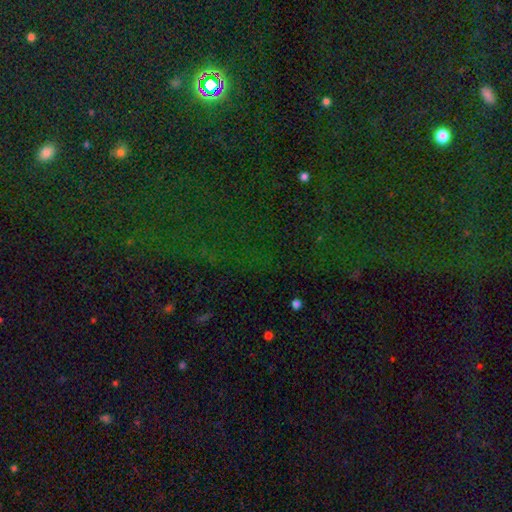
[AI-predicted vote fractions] Q: Smooth or featured?
A: star or artifact (79%); runner-up: smooth (13%)